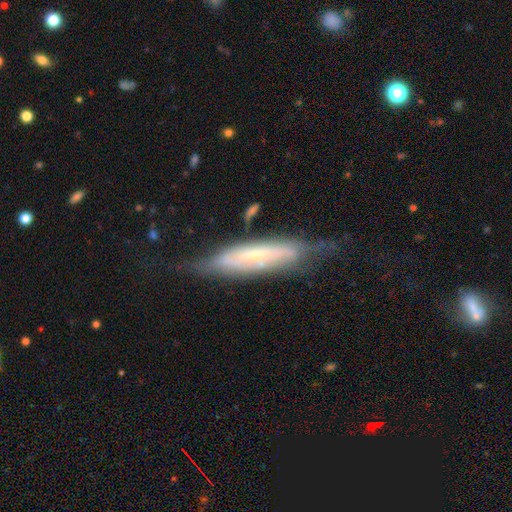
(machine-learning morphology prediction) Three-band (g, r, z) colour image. It shows a featured or disk galaxy (69%) viewed edge-on (54%). Merging: none (61%).